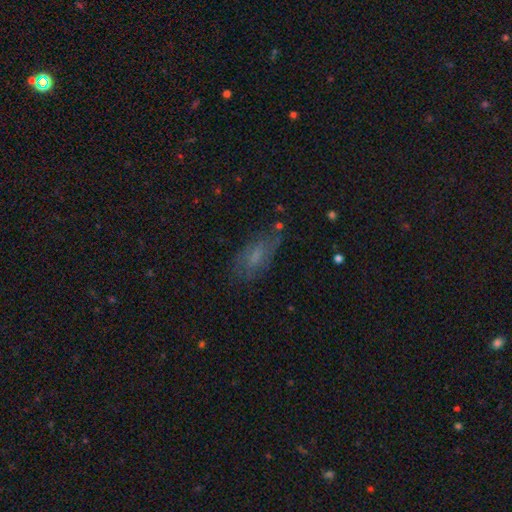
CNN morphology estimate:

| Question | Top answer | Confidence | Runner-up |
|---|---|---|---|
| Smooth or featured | smooth | 48% | featured or disk (38%) |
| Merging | none | 63% | minor disturbance (22%) |